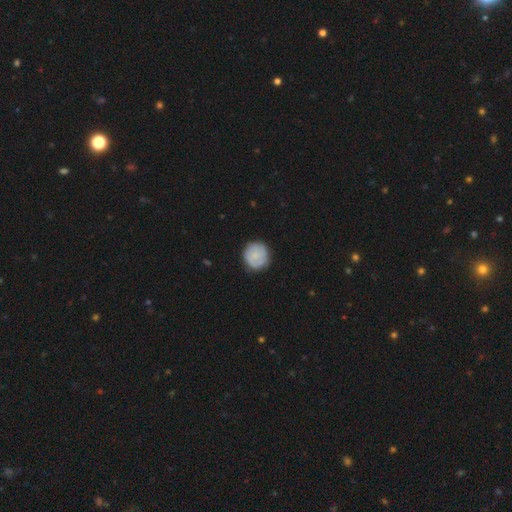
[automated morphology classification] This appears to be a smooth galaxy with no disk features (68%) that is round (93%). Merging: none (84%).